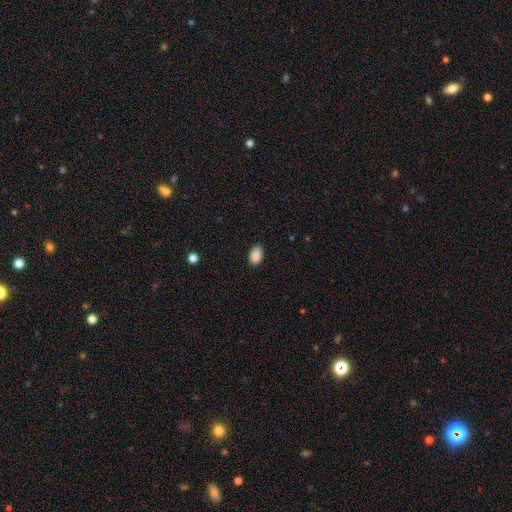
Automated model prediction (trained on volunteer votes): Smooth or featured?
  - smooth: 89% *
  - star or artifact: 8%
  - featured or disk: 3%
How rounded?
  - in between: 89% *
  - round: 10%
  - cigar-shaped: 1%
Merging?
  - none: 83% *
  - minor disturbance: 14%
  - major disturbance: 2%
  - merger: 1%